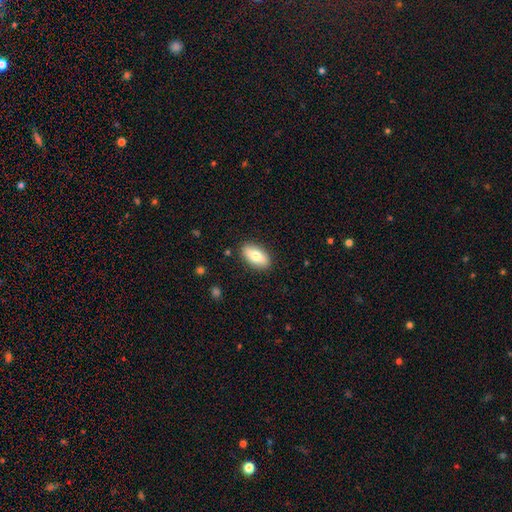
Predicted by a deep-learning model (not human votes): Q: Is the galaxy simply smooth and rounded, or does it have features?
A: smooth — 74%.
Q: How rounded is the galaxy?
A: in between — 91%.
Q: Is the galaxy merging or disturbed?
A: none — 88%.